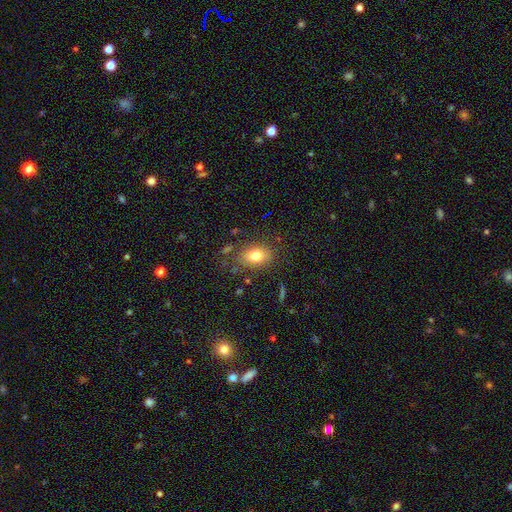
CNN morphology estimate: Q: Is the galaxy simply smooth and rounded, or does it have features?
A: smooth — 78%.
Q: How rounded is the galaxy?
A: in between — 73%.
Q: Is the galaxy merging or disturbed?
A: none — 79%.